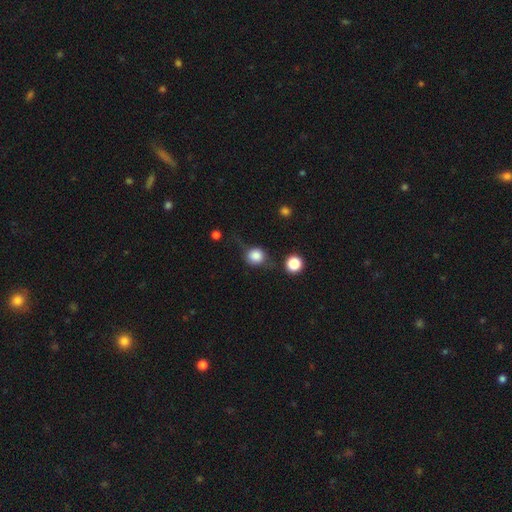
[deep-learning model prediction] Smooth or featured?
  - smooth: 79% *
  - star or artifact: 11%
  - featured or disk: 10%
How rounded?
  - round: 85% *
  - in between: 14%
  - cigar-shaped: 1%
Merging?
  - none: 61% *
  - minor disturbance: 22%
  - major disturbance: 11%
  - merger: 6%